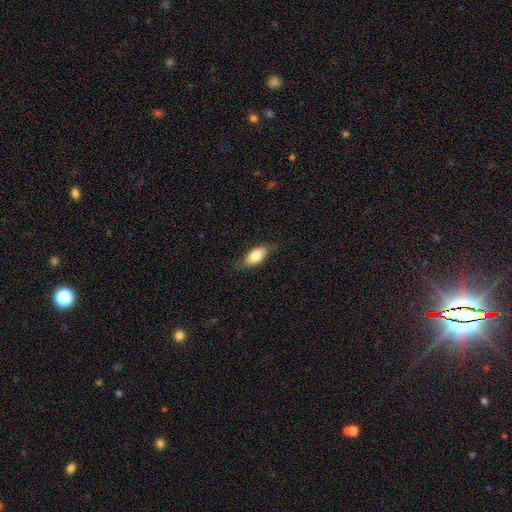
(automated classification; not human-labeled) smooth 78%, featured or disk 15%, star or artifact 6%. Down the decision tree: how rounded — in between (86%); merging — none (79%).